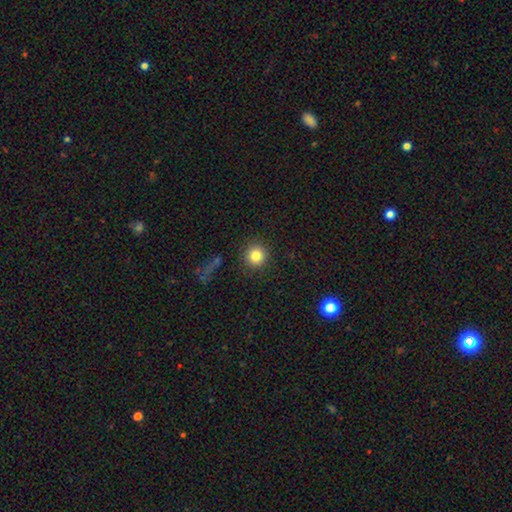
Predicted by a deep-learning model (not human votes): smooth_or_featured: smooth (p=0.83) [alt: star or artifact p=0.11]
how_rounded: round (p=0.94) [alt: in between p=0.05]
merging: none (p=0.89) [alt: minor disturbance p=0.06]